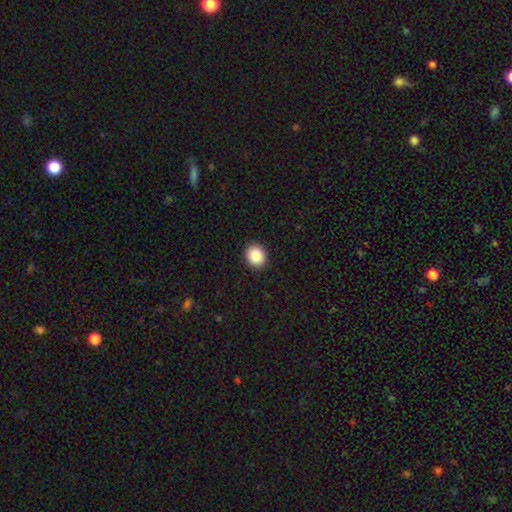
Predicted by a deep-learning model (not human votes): Morphology: type=smooth (88%); roundness=round (63%); merging=none (92%).